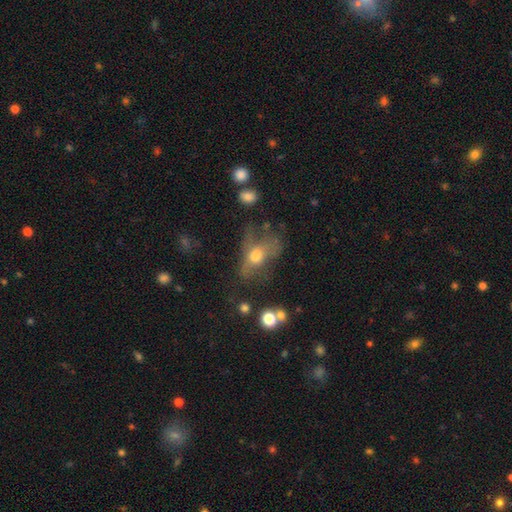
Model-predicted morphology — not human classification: Smooth or featured?
  - smooth: 51% *
  - featured or disk: 36%
  - star or artifact: 13%
How rounded?
  - in between: 72% *
  - round: 21%
  - cigar-shaped: 7%
Merging?
  - major disturbance: 45% *
  - none: 26%
  - minor disturbance: 22%
  - merger: 8%